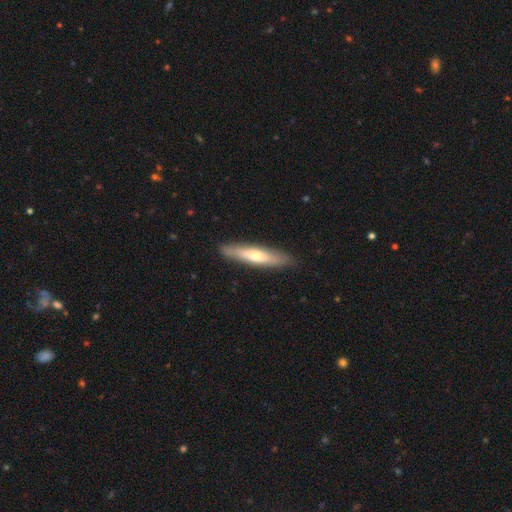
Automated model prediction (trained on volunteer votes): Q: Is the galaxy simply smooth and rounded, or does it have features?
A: smooth — 49%.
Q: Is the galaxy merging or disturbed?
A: none — 89%.